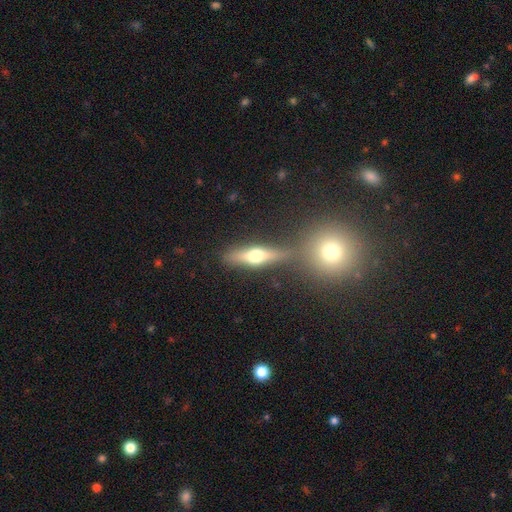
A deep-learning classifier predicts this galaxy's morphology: A featured or disk galaxy (47%). Merging: none (71%).